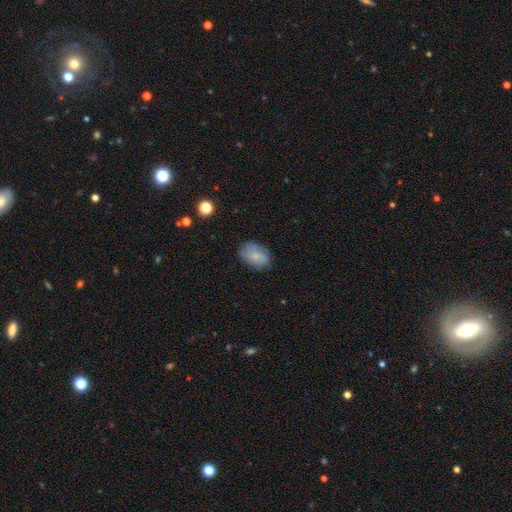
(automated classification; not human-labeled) Smooth or featured? Predicted: smooth (p=0.76). How rounded? Predicted: in between (p=0.87). Merging? Predicted: none (p=0.77).